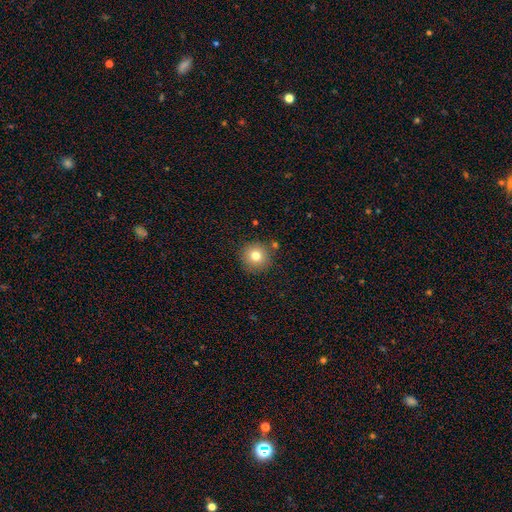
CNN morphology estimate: smooth_or_featured: smooth (p=0.78) [alt: star or artifact p=0.12]
how_rounded: round (p=0.95) [alt: in between p=0.04]
merging: none (p=0.86) [alt: minor disturbance p=0.07]